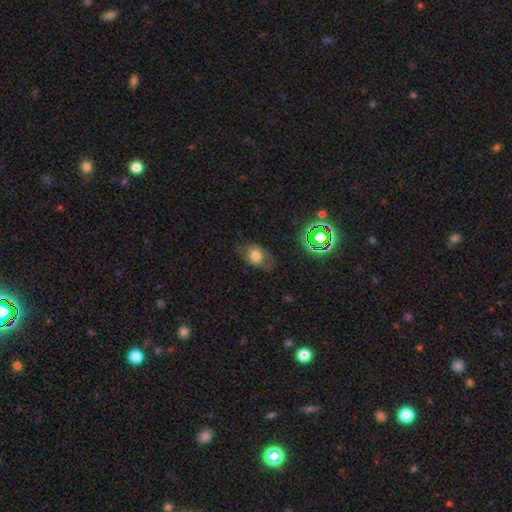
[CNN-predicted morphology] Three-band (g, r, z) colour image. It shows a smooth galaxy with no disk features (60%) that is in between round and cigar-shaped (77%). Merging: none (67%).